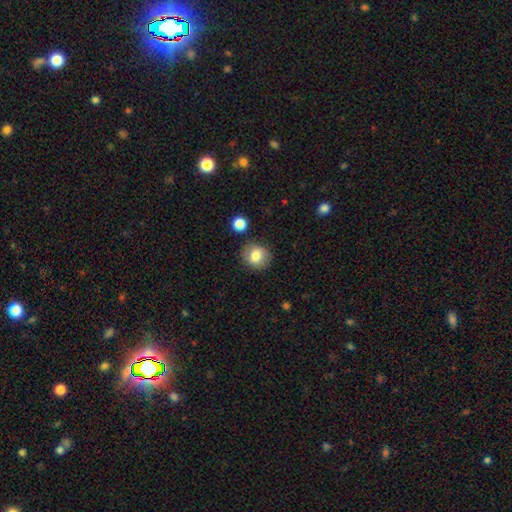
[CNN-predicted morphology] type=smooth (79%); roundness=round (82%); merging=none (83%).